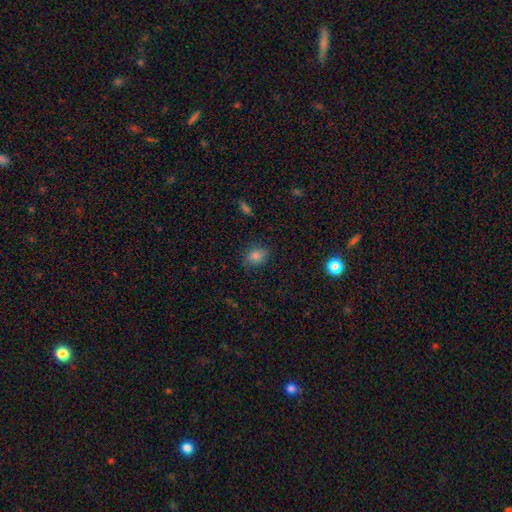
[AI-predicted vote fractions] smooth-or-featured: smooth: 81% | star or artifact: 12% | featured or disk: 7%
  how-rounded: in between: 59% | round: 39% | cigar-shaped: 1%
  merging: none: 78% | minor disturbance: 17% | major disturbance: 4% | merger: 1%